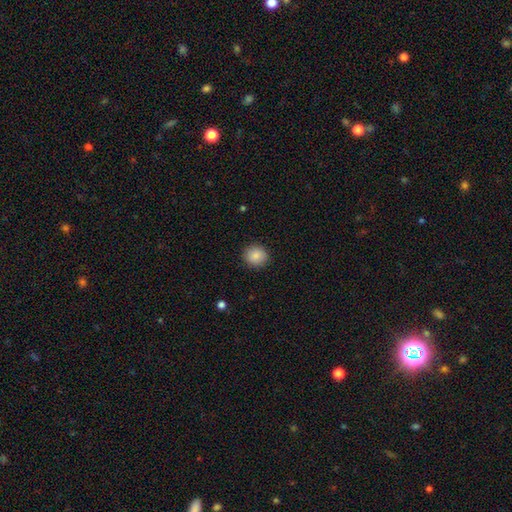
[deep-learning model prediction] A smooth galaxy with no disk features (87%) that is round (89%). Merging: none (90%).